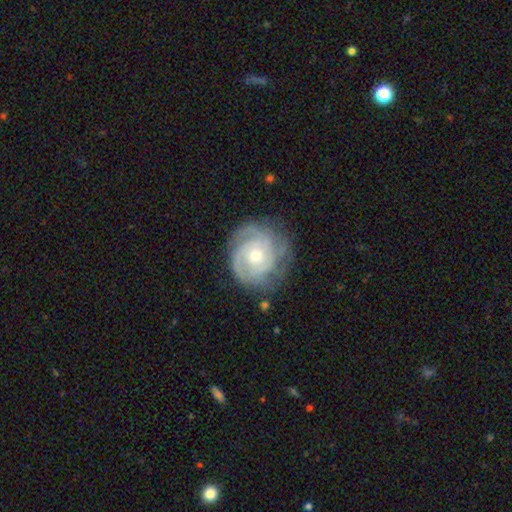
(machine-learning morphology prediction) Q: Smooth or featured?
A: featured or disk (85%); runner-up: smooth (10%)
Q: Edge-on disk?
A: no (98%); runner-up: yes (2%)
Q: Bar?
A: no (75%); runner-up: weak (21%)
Q: Spiral arms?
A: yes (96%); runner-up: no (4%)
Q: Spiral winding?
A: tight (72%); runner-up: medium (23%)
Q: Spiral arm count?
A: 3 (35%); runner-up: can't tell (25%)
Q: Bulge size?
A: moderate (58%); runner-up: small (38%)
Q: Merging?
A: none (75%); runner-up: minor disturbance (17%)